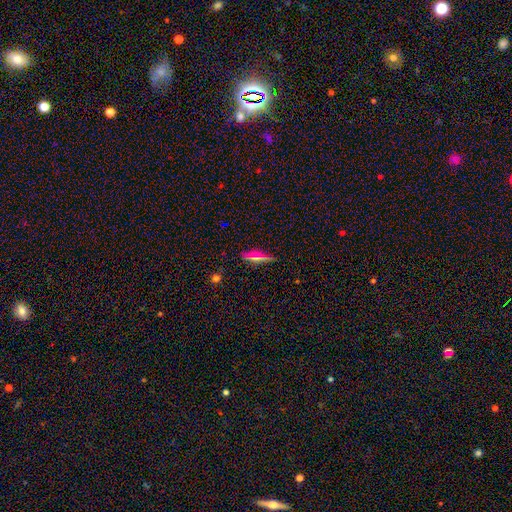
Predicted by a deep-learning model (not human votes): This is possibly a smooth galaxy (56%). How rounded: possibly in between (48%). Merging: clearly none (83%).